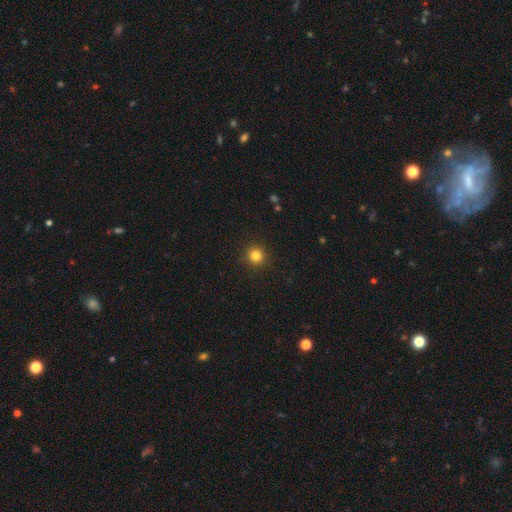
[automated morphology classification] smooth_or_featured: smooth (p=0.82) [alt: star or artifact p=0.13]
how_rounded: round (p=0.95) [alt: in between p=0.04]
merging: none (p=0.92) [alt: minor disturbance p=0.05]